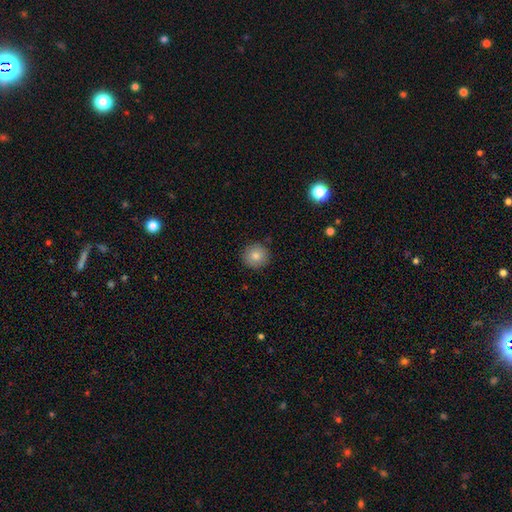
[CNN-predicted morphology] smooth-or-featured: smooth: 83% | star or artifact: 9% | featured or disk: 9%
  how-rounded: round: 93% | in between: 6% | cigar-shaped: 1%
  merging: none: 90% | minor disturbance: 7% | major disturbance: 2% | merger: 1%